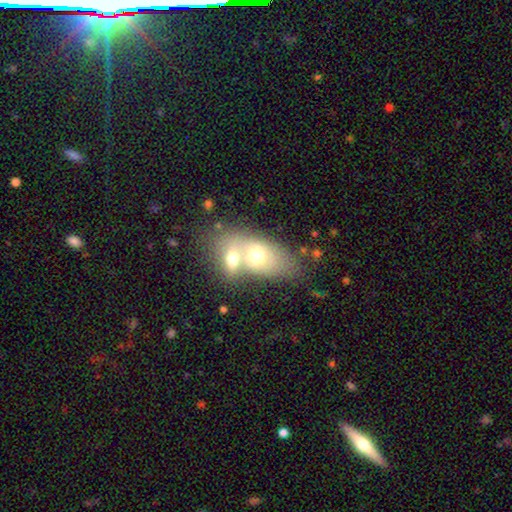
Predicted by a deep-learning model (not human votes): smooth-or-featured: smooth: 59% | featured or disk: 32% | star or artifact: 9%
  how-rounded: in between: 76% | round: 18% | cigar-shaped: 5%
  merging: merger: 72% | none: 17% | minor disturbance: 6% | major disturbance: 4%